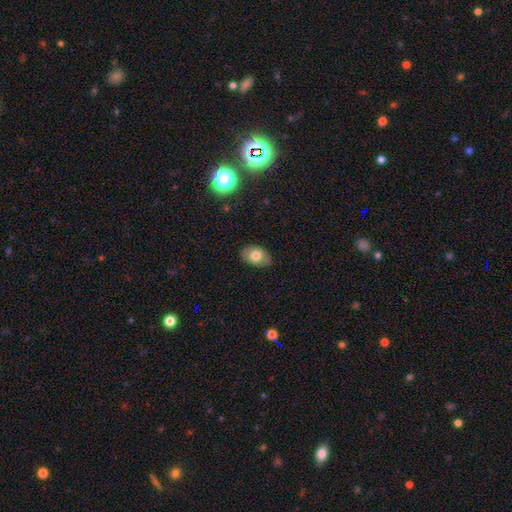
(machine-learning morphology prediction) Q: Smooth or featured?
A: smooth (73%); runner-up: featured or disk (18%)
Q: How rounded?
A: in between (83%); runner-up: round (16%)
Q: Merging?
A: none (79%); runner-up: minor disturbance (17%)